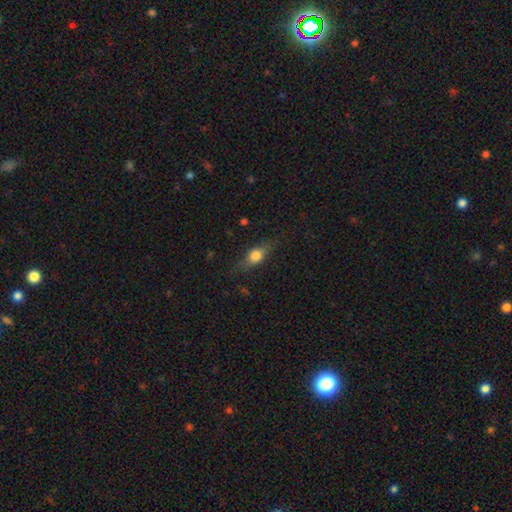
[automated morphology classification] smooth_or_featured: smooth (p=0.62) [alt: featured or disk p=0.29]
how_rounded: in between (p=0.62) [alt: cigar-shaped p=0.19]
merging: none (p=0.75) [alt: minor disturbance p=0.18]